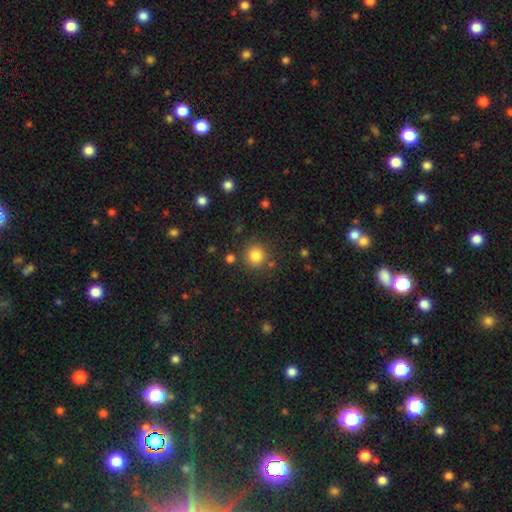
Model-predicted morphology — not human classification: Overall: smooth (83%). How rounded: round (93%). Merging: none (84%).